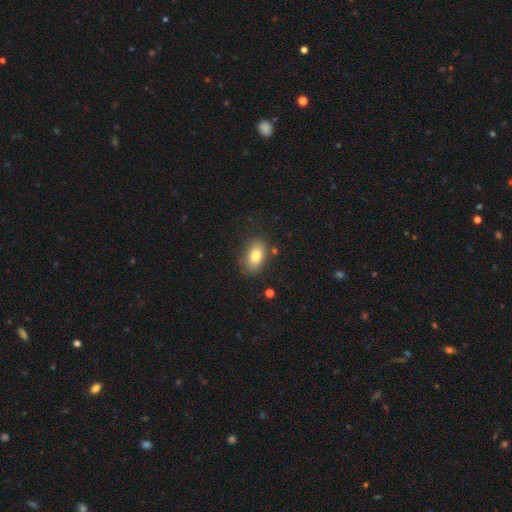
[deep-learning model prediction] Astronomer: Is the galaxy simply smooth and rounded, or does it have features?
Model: smooth — 80%.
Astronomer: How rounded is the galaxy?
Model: in between — 88%.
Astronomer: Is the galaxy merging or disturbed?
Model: none — 81%.